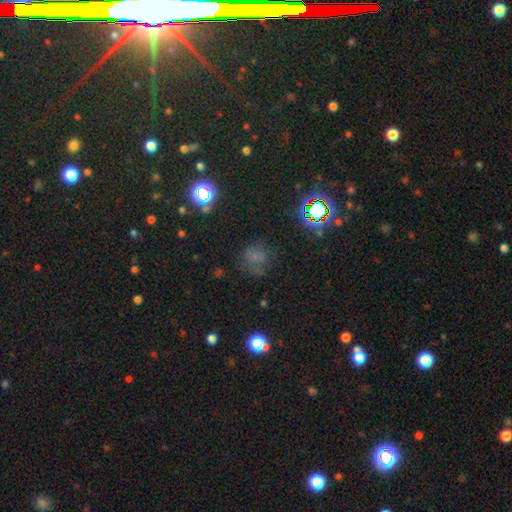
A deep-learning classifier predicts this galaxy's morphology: Smooth or featured? Predicted: smooth (p=0.50). Merging? Predicted: none (p=0.65).